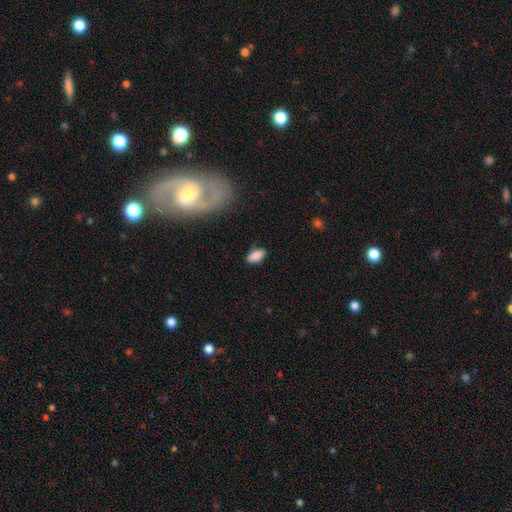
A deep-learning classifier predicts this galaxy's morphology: Overall: smooth (85%). How rounded: in between (88%). Merging: none (79%).